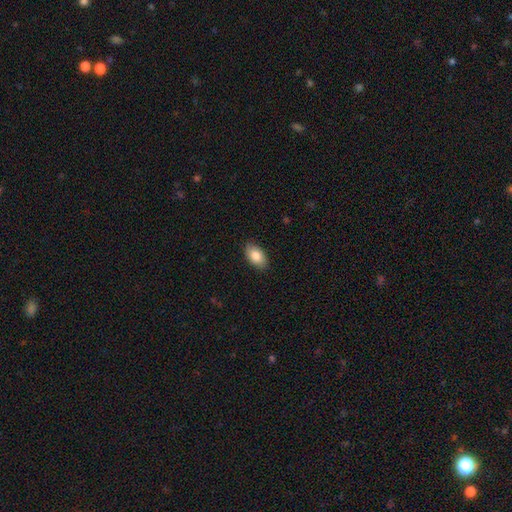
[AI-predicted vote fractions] Smooth or featured? smooth (85%)
How rounded? in between (94%)
Merging? none (88%)